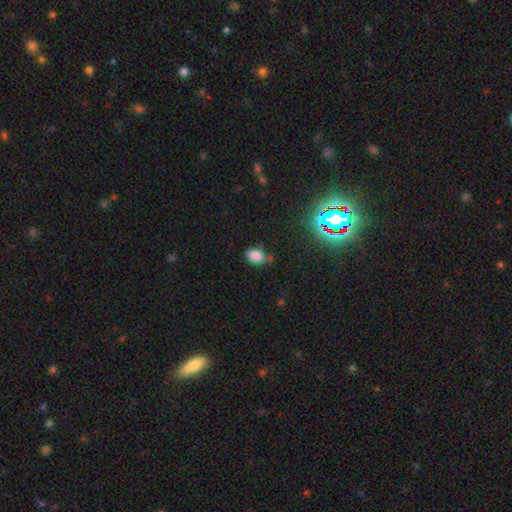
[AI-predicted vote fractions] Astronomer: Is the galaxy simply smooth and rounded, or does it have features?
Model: smooth — 81%.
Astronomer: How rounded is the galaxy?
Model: in between — 82%.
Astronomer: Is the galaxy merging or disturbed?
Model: none — 66%.